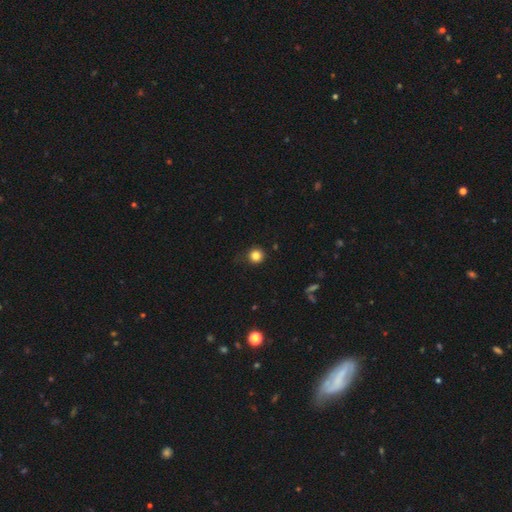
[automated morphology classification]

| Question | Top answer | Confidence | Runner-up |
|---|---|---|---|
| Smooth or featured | smooth | 83% | star or artifact (12%) |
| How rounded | round | 94% | in between (5%) |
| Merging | none | 84% | minor disturbance (12%) |